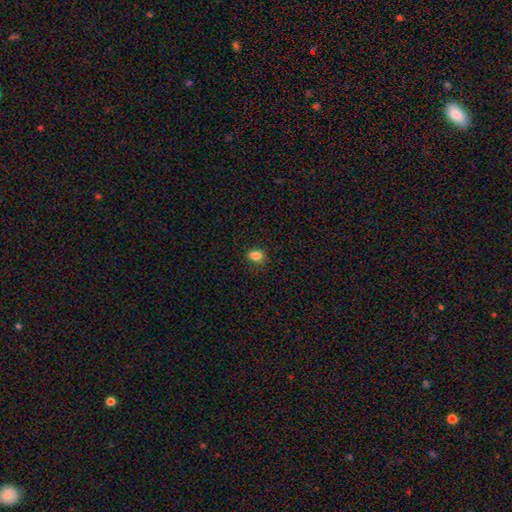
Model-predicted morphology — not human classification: Smooth or featured? Predicted: smooth (p=0.84). How rounded? Predicted: in between (p=0.66). Merging? Predicted: none (p=0.76).